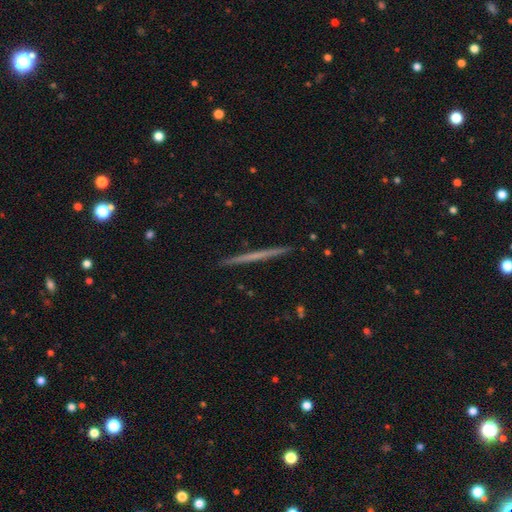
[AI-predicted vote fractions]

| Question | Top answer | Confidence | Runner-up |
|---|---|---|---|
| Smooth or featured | featured or disk | 54% | smooth (40%) |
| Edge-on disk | yes | 98% | no (2%) |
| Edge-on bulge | none | 91% | rounded (7%) |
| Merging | none | 93% | minor disturbance (5%) |